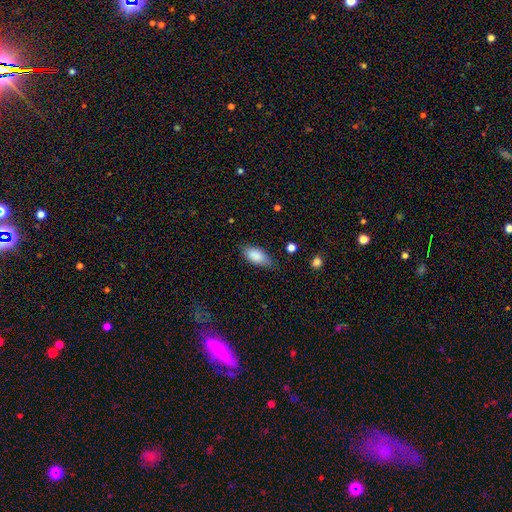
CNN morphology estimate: smooth_or_featured: smooth (p=0.85) [alt: featured or disk p=0.09]
how_rounded: in between (p=0.89) [alt: cigar-shaped p=0.08]
merging: none (p=0.71) [alt: minor disturbance p=0.23]